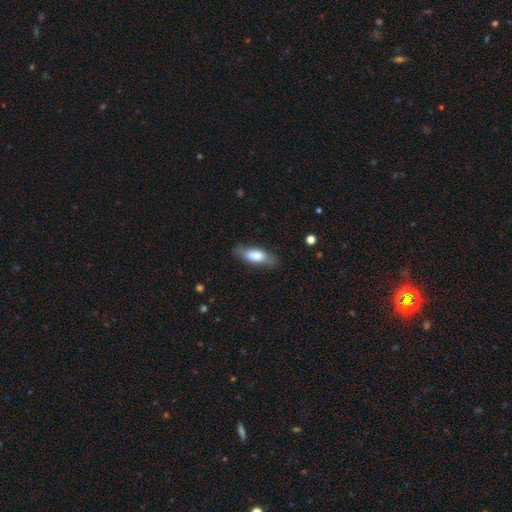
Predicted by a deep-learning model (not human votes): This is likely a smooth galaxy (72%). How rounded: likely in between (65%). Merging: likely none (77%).